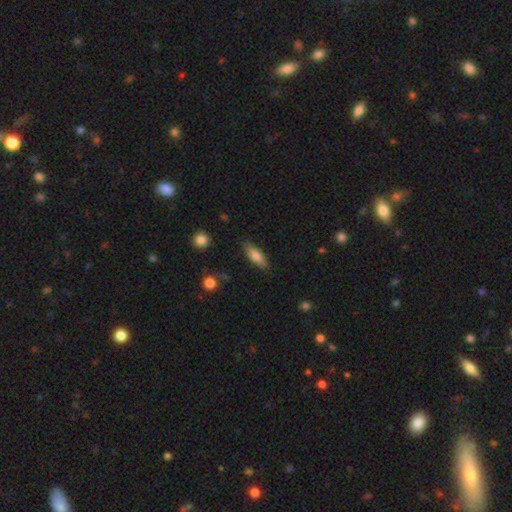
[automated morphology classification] Smooth or featured: smooth — 80% (featured or disk — 14%)
How rounded: in between — 65% (cigar-shaped — 33%)
Merging: none — 84% (minor disturbance — 12%)